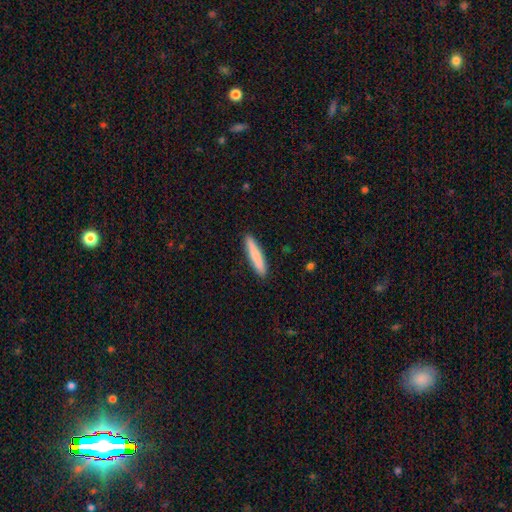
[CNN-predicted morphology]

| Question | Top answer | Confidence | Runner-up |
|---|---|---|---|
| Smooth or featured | smooth | 79% | featured or disk (16%) |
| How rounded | cigar-shaped | 90% | in between (8%) |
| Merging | none | 90% | minor disturbance (8%) |